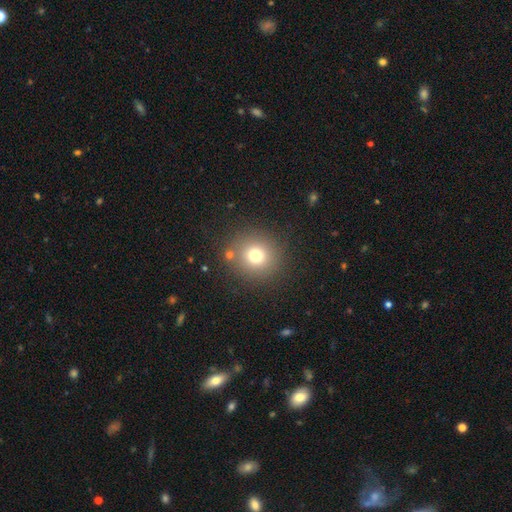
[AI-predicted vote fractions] Morphology: type=smooth (73%); roundness=round (93%); merging=none (84%).